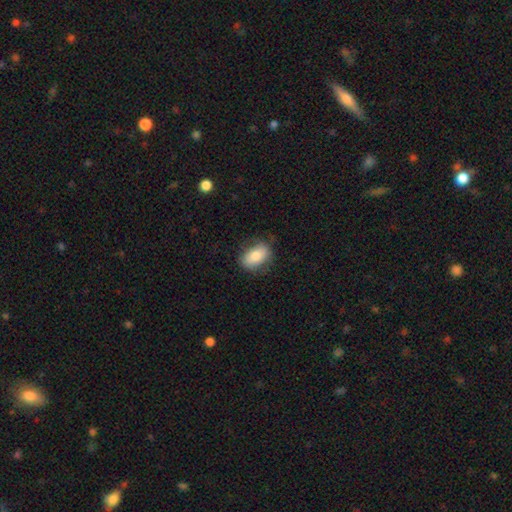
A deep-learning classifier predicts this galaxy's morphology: The model was most divided on "merging": none: 76%, minor disturbance: 18%, major disturbance: 5%, merger: 1%. More confident: how rounded — in between (88%); smooth or featured — smooth (78%).